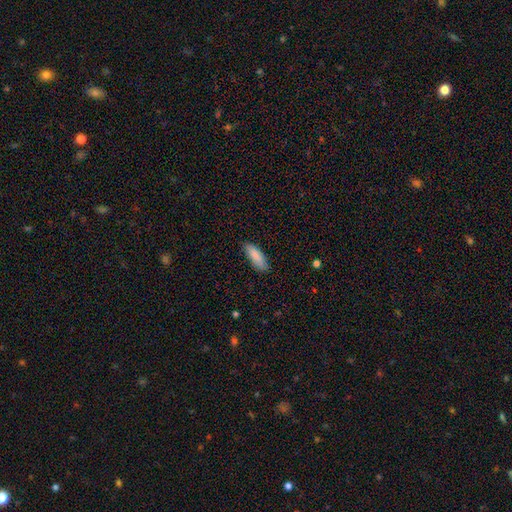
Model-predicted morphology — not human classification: A smooth galaxy with no disk features (87%) that is in between round and cigar-shaped (60%). Merging: none (84%).